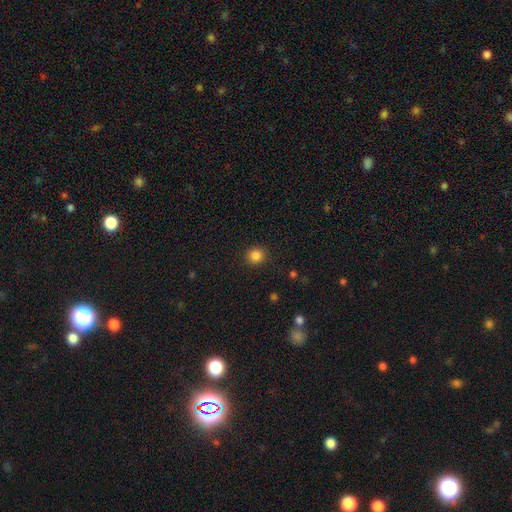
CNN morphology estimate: The model was most divided on "smooth or featured": smooth: 84%, star or artifact: 12%, featured or disk: 4%. More confident: merging — none (91%); how rounded — round (90%).